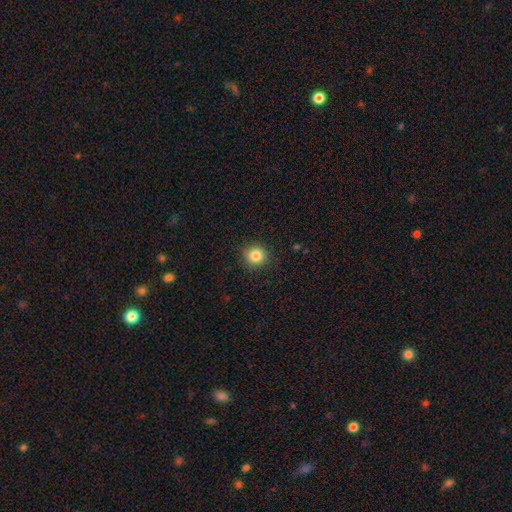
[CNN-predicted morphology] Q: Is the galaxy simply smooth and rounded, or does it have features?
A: smooth — 84%.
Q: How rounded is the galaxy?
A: round — 93%.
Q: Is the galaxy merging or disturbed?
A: none — 90%.